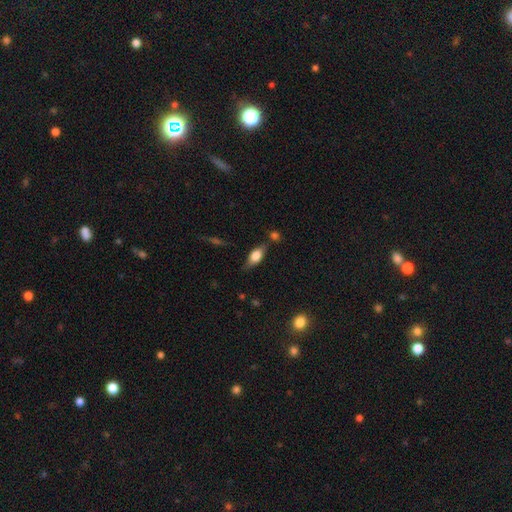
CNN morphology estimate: Smooth or featured? Predicted: smooth (p=0.68). How rounded? Predicted: in between (p=0.81). Merging? Predicted: none (p=0.69).